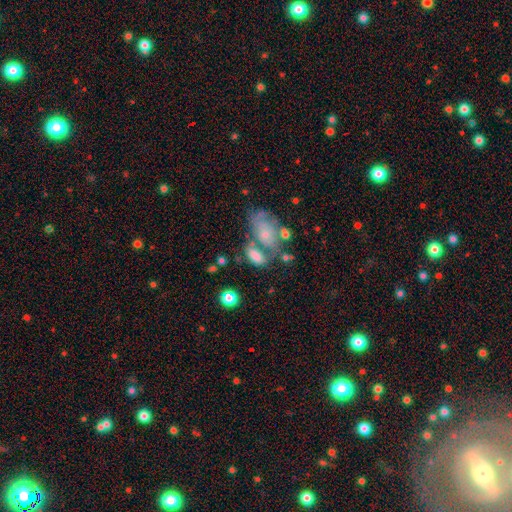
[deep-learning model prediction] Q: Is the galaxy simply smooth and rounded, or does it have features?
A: smooth — 69%.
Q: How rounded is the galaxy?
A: in between — 86%.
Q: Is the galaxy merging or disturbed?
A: none — 40%.